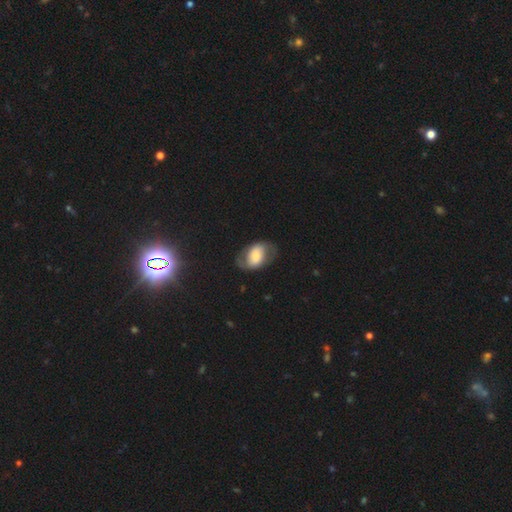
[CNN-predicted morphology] This is possibly a featured or disk galaxy (51%). It is clearly not viewed edge-on (95%). Merging: likely none (68%).